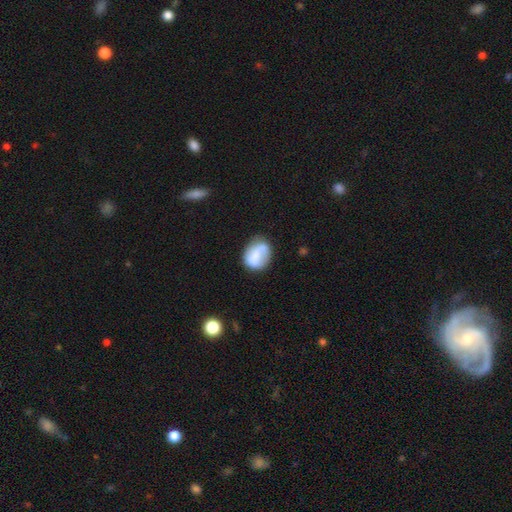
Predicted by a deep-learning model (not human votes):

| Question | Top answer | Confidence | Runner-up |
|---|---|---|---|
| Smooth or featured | smooth | 68% | featured or disk (25%) |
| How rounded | in between | 57% | round (41%) |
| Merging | none | 49% | minor disturbance (29%) |